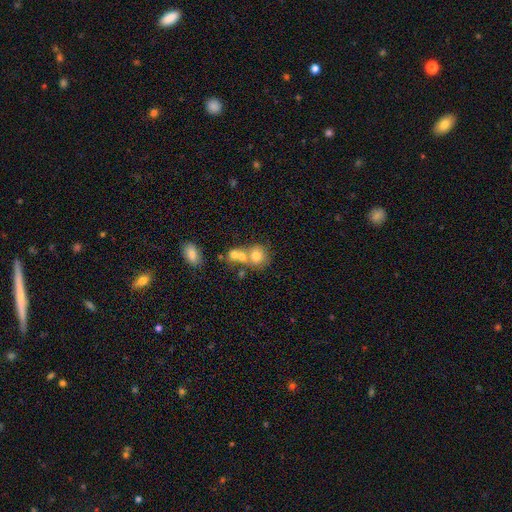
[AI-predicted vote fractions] A smooth galaxy with no disk features (71%) that is round (80%).

Vote fractions:
- Smooth or featured? smooth: 71% / featured or disk: 17% / star or artifact: 12%
- How rounded? round: 80% / in between: 19% / cigar-shaped: 1%
- Merging? merger: 52% / none: 37% / minor disturbance: 8% / major disturbance: 4%